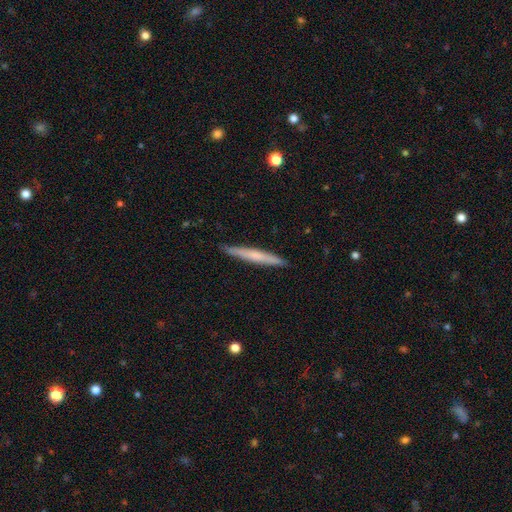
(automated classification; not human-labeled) Smooth or featured? smooth (52%)
How rounded? cigar-shaped (96%)
Merging? none (90%)